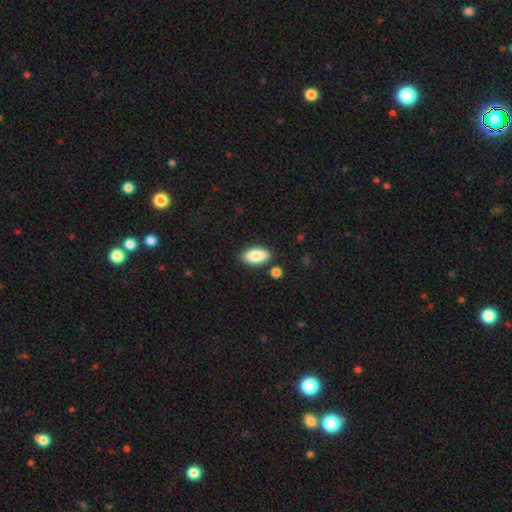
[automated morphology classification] Overall: smooth (85%). How rounded: in between (91%). Merging: none (83%).